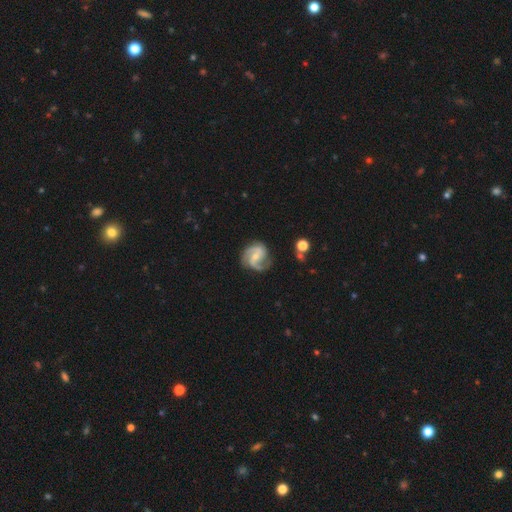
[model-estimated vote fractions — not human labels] smooth-or-featured: featured or disk: 88% | smooth: 7% | star or artifact: 5%
  disk-edge-on: no: 98% | yes: 2%
    bar: weak: 44% | no: 39% | strong: 17%
    has-spiral-arms: yes: 98% | no: 2%
      spiral-winding: medium: 55% | tight: 22% | loose: 22%
      spiral-arm-count: 2: 78% | 3: 12% | can't tell: 4% | 1: 2% | 4: 2% | more than 4: 2%
    bulge-size: small: 61% | moderate: 33% | none: 4% | large: 1% | dominant: 1%
  merging: none: 73% | minor disturbance: 18% | major disturbance: 7% | merger: 2%